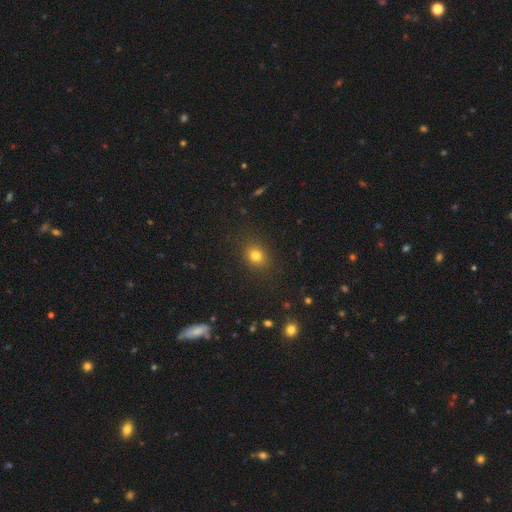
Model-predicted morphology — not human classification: A smooth galaxy with no disk features (79%) that is round (57%).

Vote fractions:
- Smooth or featured? smooth: 79% / star or artifact: 14% / featured or disk: 7%
- How rounded? round: 57% / in between: 41% / cigar-shaped: 1%
- Merging? none: 87% / minor disturbance: 9% / major disturbance: 3% / merger: 1%